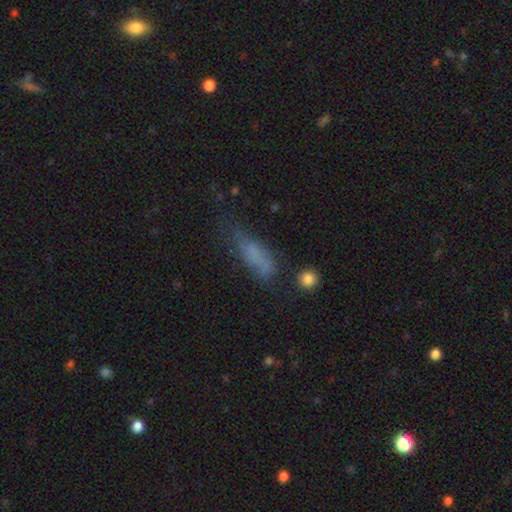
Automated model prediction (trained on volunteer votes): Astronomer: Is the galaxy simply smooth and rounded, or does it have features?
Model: smooth — 66%.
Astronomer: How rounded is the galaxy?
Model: cigar-shaped — 54% (runner-up: in between, 43%).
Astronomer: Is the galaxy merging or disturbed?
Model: none — 43% (runner-up: minor disturbance, 31%).